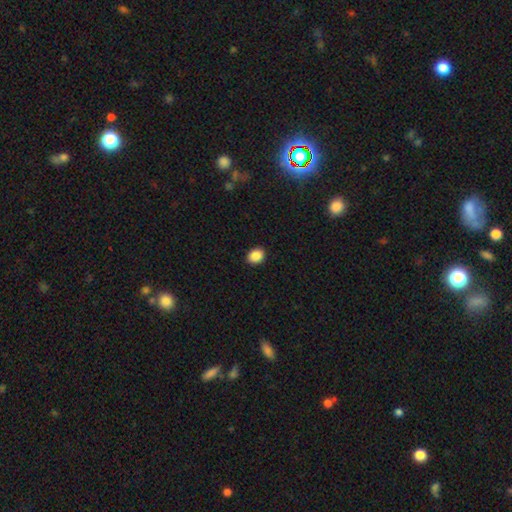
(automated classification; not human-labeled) Smooth or featured? Predicted: smooth (p=0.88). How rounded? Predicted: in between (p=0.54). Merging? Predicted: none (p=0.91).